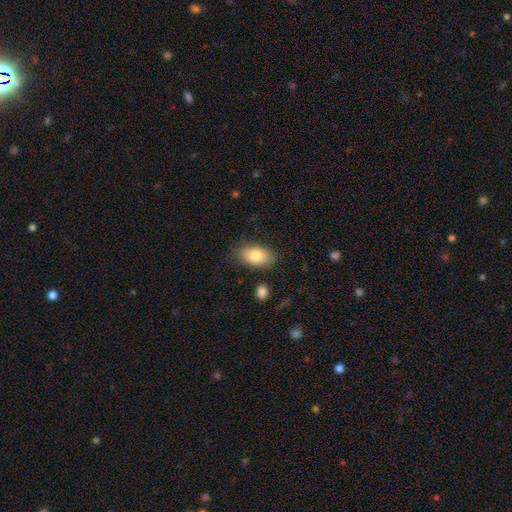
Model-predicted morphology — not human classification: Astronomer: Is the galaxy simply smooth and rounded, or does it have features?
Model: smooth — 83%.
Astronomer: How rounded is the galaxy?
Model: in between — 92%.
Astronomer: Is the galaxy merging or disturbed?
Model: none — 79%.